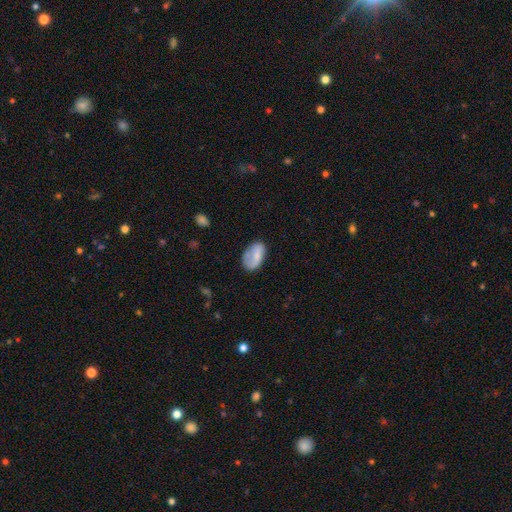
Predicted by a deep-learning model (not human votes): smooth 68%, featured or disk 25%, star or artifact 7%. Down the decision tree: how rounded — in between (91%); merging — none (59%).